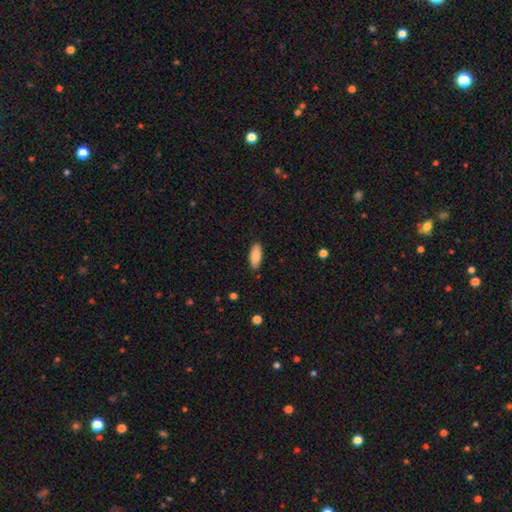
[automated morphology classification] smooth-or-featured: smooth: 86% | featured or disk: 7% | star or artifact: 6%
  how-rounded: in between: 82% | cigar-shaped: 16% | round: 2%
  merging: none: 86% | minor disturbance: 10% | major disturbance: 2% | merger: 1%